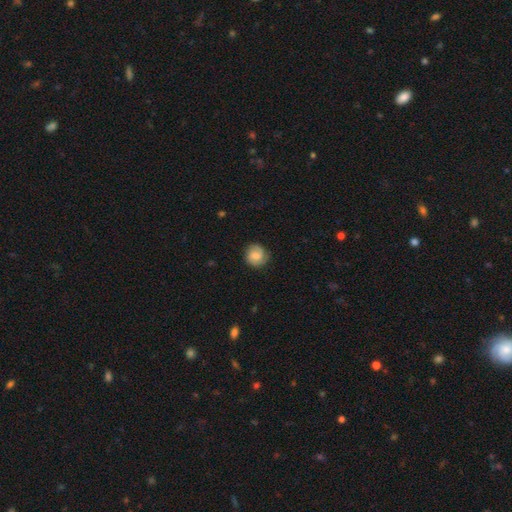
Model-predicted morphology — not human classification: smooth-or-featured: smooth: 66% | featured or disk: 27% | star or artifact: 8%
  how-rounded: round: 87% | in between: 12% | cigar-shaped: 1%
  merging: none: 80% | minor disturbance: 15% | major disturbance: 4% | merger: 1%